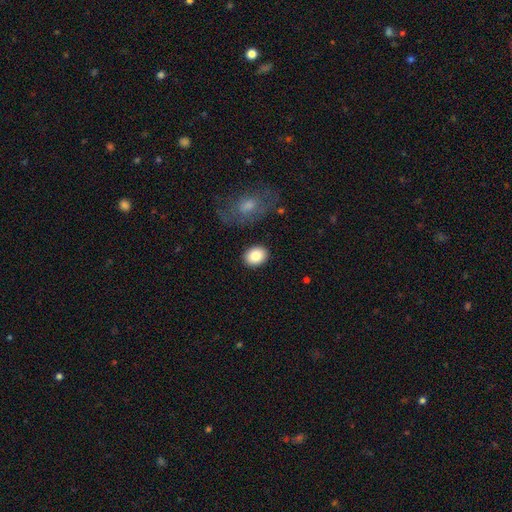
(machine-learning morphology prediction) Overall: smooth (85%). How rounded: in between (58%; round 41%). Merging: none (86%).